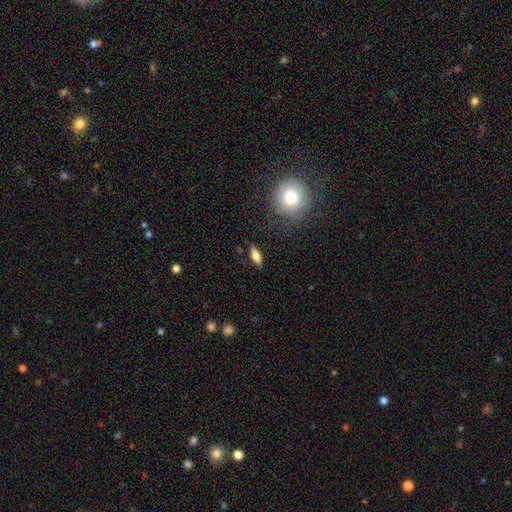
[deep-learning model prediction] A smooth galaxy with no disk features (64%) that is in between round and cigar-shaped (68%). Merging: none (84%).